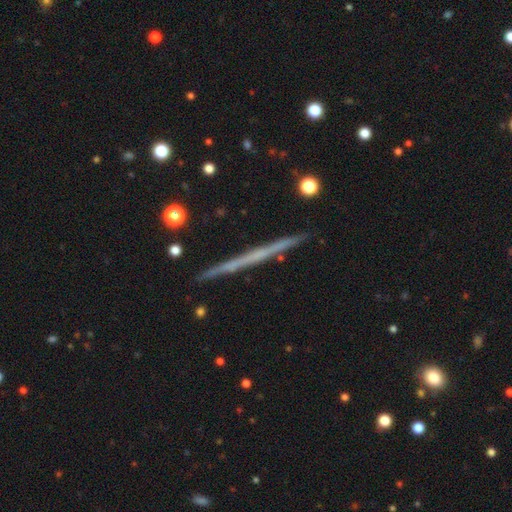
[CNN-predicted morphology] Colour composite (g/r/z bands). It shows a featured or disk galaxy (66%) viewed edge-on (98%) with no central bulge (89%). Merging: none (91%).